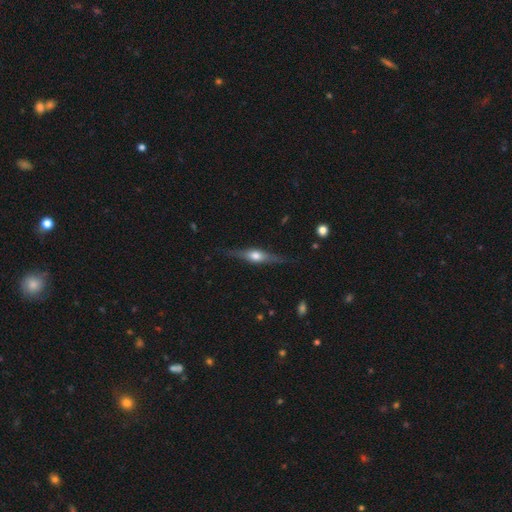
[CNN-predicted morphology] A featured or disk galaxy (71%) viewed edge-on (96%) with a rounded central bulge (91%).

Vote fractions:
- Smooth or featured? featured or disk: 71% / smooth: 23% / star or artifact: 6%
- Edge-on disk? yes: 96% / no: 4%
- Edge-on bulge? rounded: 91% / boxy: 7% / none: 2%
- Merging? none: 85% / minor disturbance: 11% / major disturbance: 3% / merger: 1%